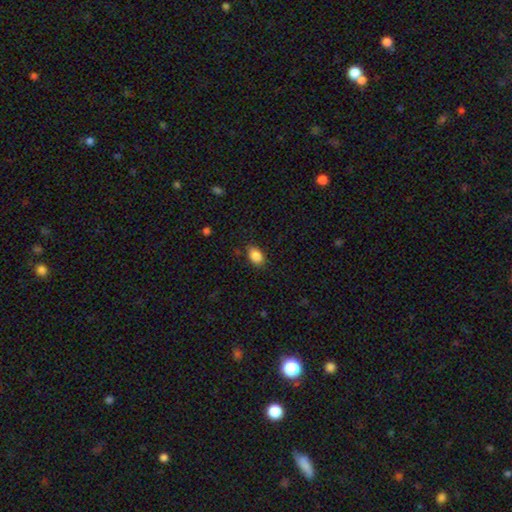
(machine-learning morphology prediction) smooth_or_featured: smooth (p=0.87) [alt: star or artifact p=0.08]
how_rounded: in between (p=0.85) [alt: round p=0.14]
merging: none (p=0.83) [alt: minor disturbance p=0.13]